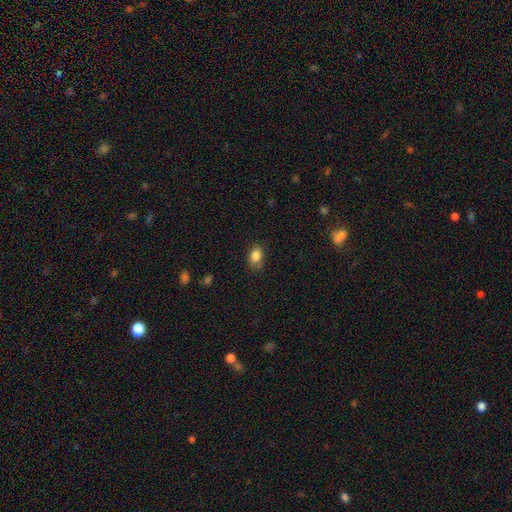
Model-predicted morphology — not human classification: type=smooth (85%); roundness=in between (76%); merging=none (76%).